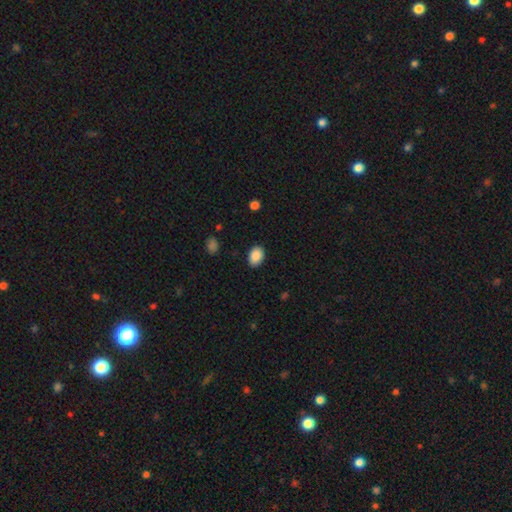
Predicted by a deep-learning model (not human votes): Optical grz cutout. It shows a smooth galaxy with no disk features (89%) that is in between round and cigar-shaped (81%). Merging: none (86%).